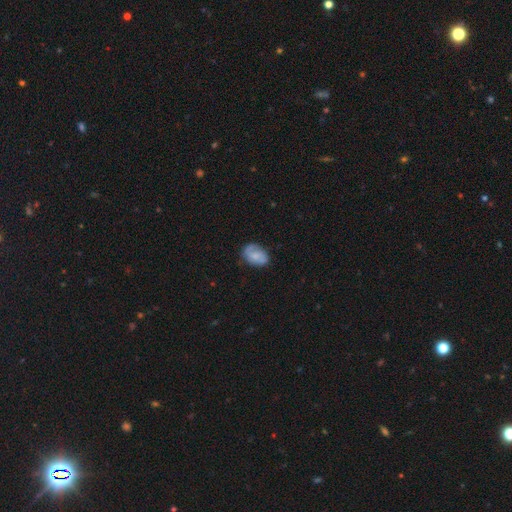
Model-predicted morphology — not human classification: type=smooth (59%); roundness=in between (83%); merging=none (67%).